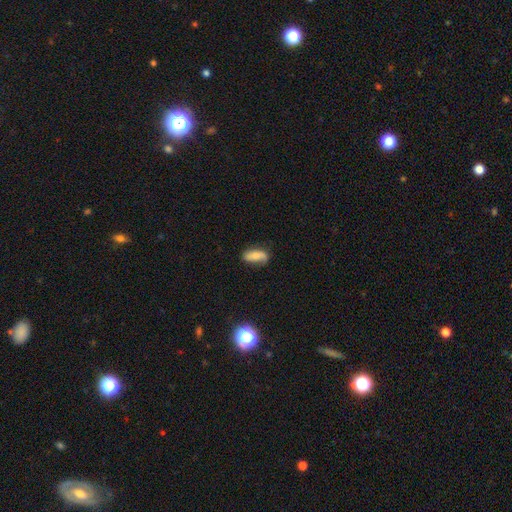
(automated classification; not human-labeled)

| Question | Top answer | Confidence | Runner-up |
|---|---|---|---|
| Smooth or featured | smooth | 65% | featured or disk (27%) |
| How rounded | in between | 80% | cigar-shaped (17%) |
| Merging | none | 66% | minor disturbance (26%) |